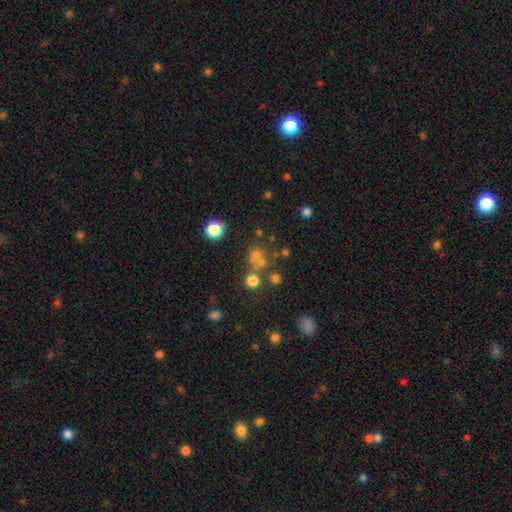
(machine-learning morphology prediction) Overall: smooth (52%; star or artifact 31%). How rounded: round (85%). Merging: none (56%; merger 29%).